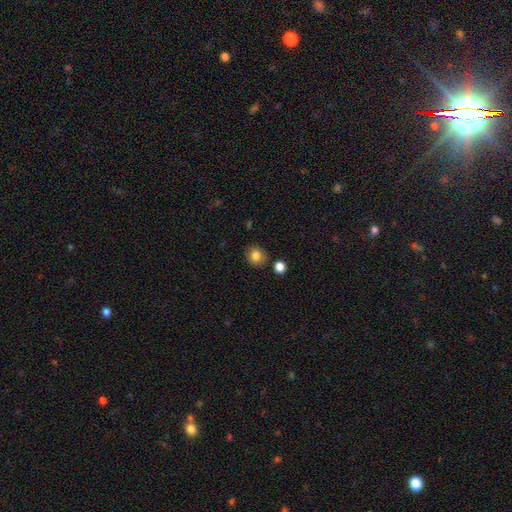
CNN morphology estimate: Smooth or featured?
  - smooth: 82% *
  - star or artifact: 10%
  - featured or disk: 7%
How rounded?
  - round: 81% *
  - in between: 18%
  - cigar-shaped: 1%
Merging?
  - none: 85% *
  - minor disturbance: 9%
  - merger: 4%
  - major disturbance: 2%